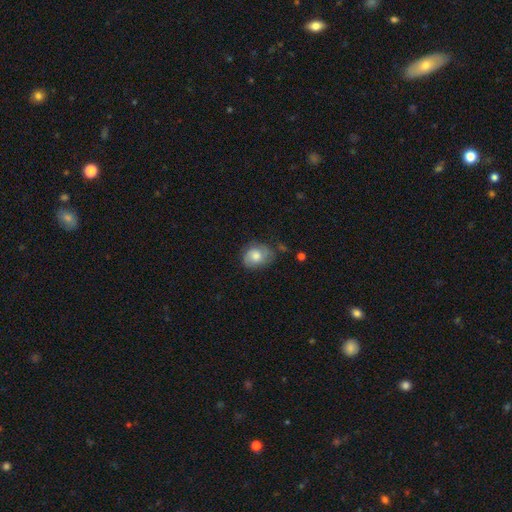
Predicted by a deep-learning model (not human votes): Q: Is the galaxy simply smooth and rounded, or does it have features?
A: smooth — 66%.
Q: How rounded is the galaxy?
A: in between — 57%.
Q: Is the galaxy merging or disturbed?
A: none — 58%.